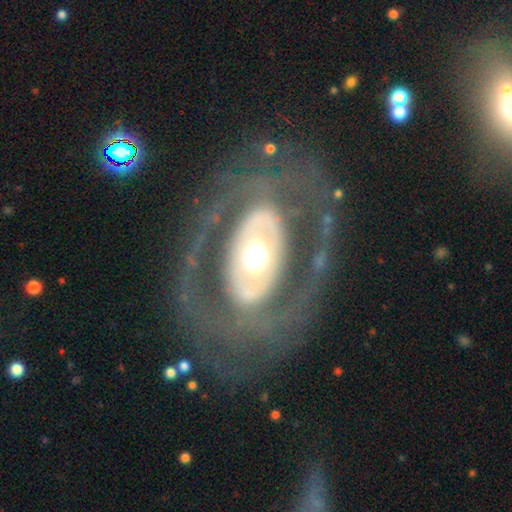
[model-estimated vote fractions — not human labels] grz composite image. It shows a featured or disk galaxy (79%) with no bar (67%), spiral arms (51%) and a moderate central bulge (56%). Merging: none (74%).